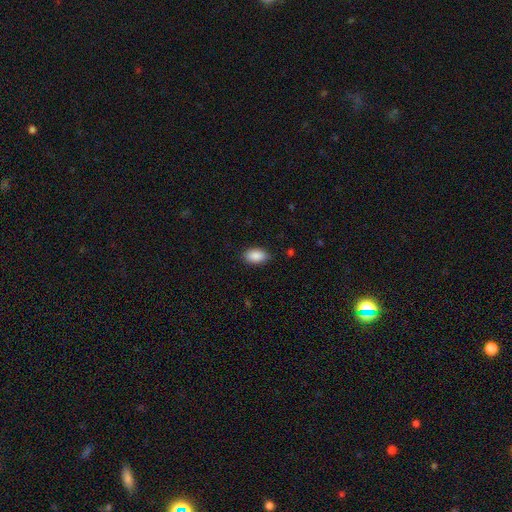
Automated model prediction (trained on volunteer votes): A smooth galaxy with no disk features (89%) that is in between round and cigar-shaped (92%). Merging: none (84%).